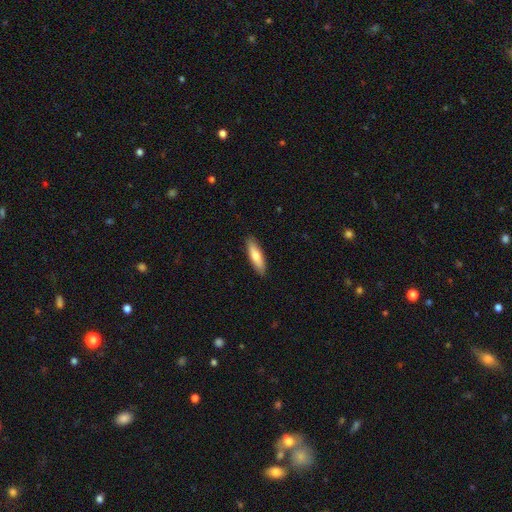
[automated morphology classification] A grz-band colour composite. It shows a smooth galaxy with no disk features (72%) that is cigar-shaped (63%). Merging: none (89%).